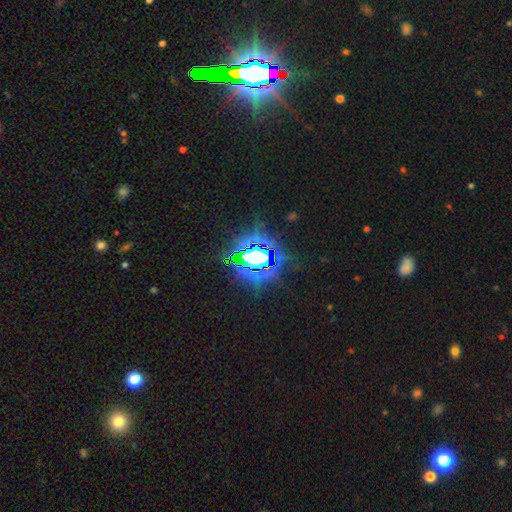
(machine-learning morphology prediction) This appears to be a star or artifact, not a galaxy (78%).